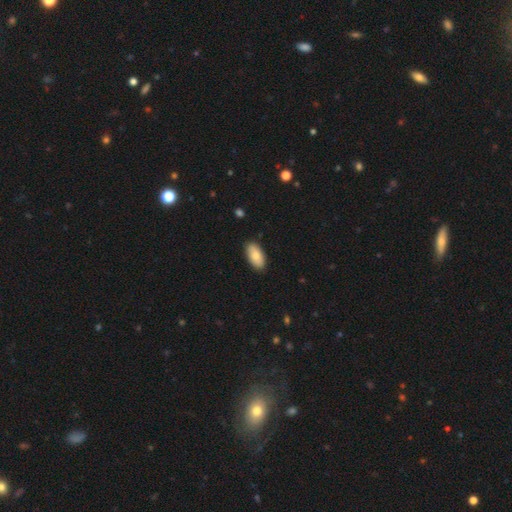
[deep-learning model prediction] This is clearly a smooth galaxy (83%). How rounded: clearly in between (94%). Merging: clearly none (89%).